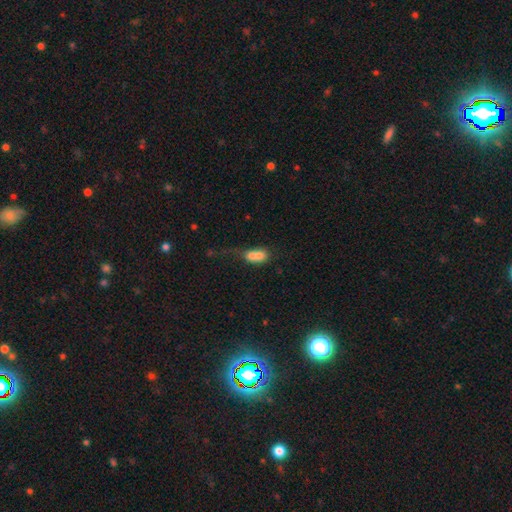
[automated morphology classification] Smooth or featured? smooth (69%)
How rounded? in between (67%)
Merging? merger (64%)